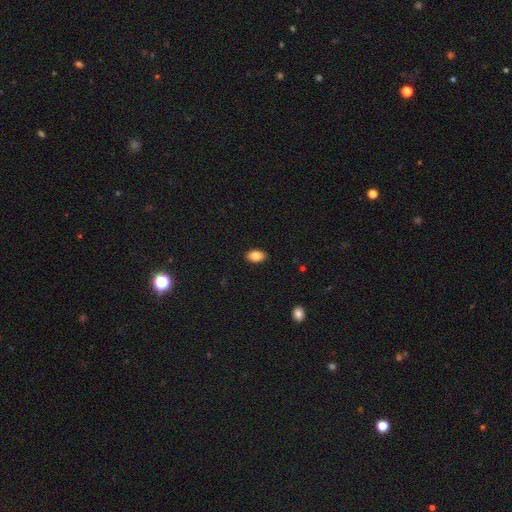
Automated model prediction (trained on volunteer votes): smooth-or-featured: smooth: 84% | featured or disk: 9% | star or artifact: 8%
  how-rounded: in between: 91% | round: 8% | cigar-shaped: 1%
  merging: none: 90% | minor disturbance: 7% | major disturbance: 2% | merger: 1%